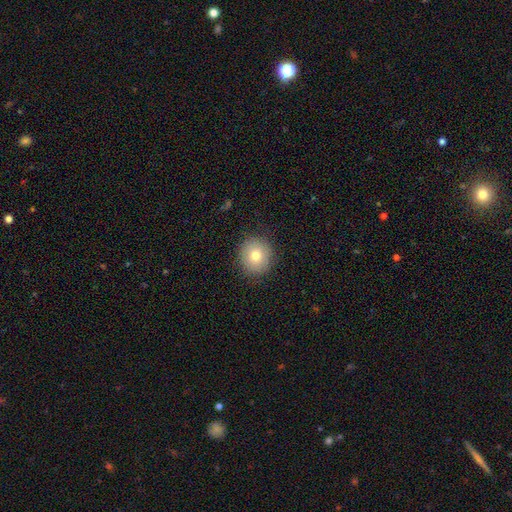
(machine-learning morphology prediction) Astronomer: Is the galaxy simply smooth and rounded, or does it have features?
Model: smooth — 76%.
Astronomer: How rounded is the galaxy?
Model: round — 89%.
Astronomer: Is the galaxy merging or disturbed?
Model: none — 87%.